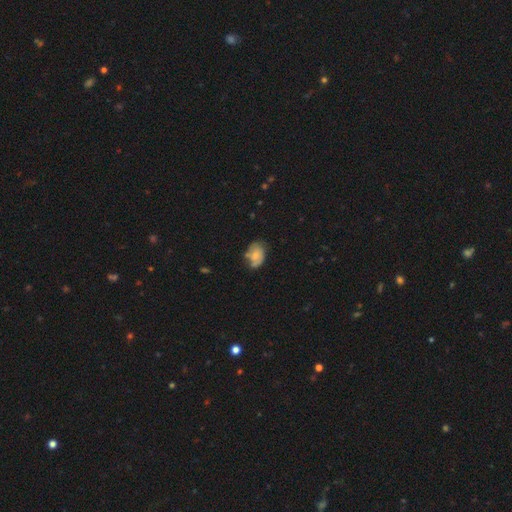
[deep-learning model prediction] Smooth or featured? Predicted: smooth (p=0.54). How rounded? Predicted: in between (p=0.81). Merging? Predicted: none (p=0.51).